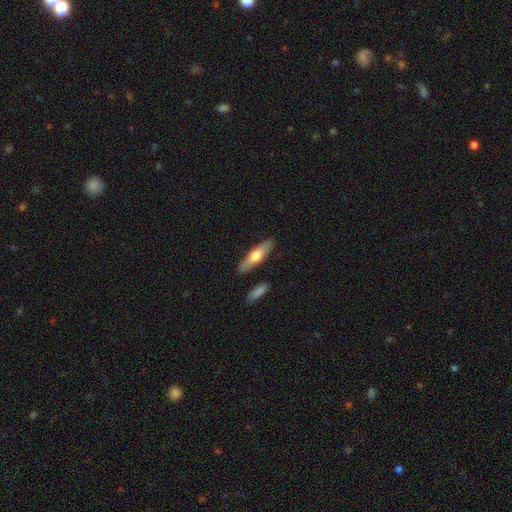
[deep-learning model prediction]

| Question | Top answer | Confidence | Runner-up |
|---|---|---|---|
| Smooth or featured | smooth | 59% | featured or disk (35%) |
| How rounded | cigar-shaped | 58% | in between (40%) |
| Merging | none | 86% | minor disturbance (9%) |